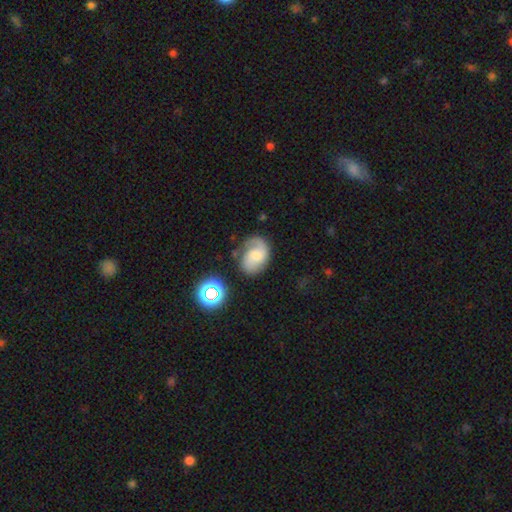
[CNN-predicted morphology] A featured or disk galaxy (65%) with no bar (57%), 2 (67%) medium (46%) spiral arms (92%) and a moderate central bulge (39%, tied with small).

Vote fractions:
- Smooth or featured? featured or disk: 65% / smooth: 26% / star or artifact: 9%
- Edge-on disk? no: 97% / yes: 3%
- Bar? no: 57% / weak: 37% / strong: 6%
- Spiral arms? yes: 92% / no: 8%
- Spiral winding? medium: 46% / loose: 30% / tight: 24%
- Spiral arm count? 2: 67% / 1: 20% / can't tell: 9% / 3: 2% / 4: 1% / more than 4: 1%
- Bulge size? moderate: 39% (tied) / small: 39% (tied) / none: 11% / large: 9% / dominant: 2%
- Merging? none: 60% / minor disturbance: 24% / major disturbance: 12% / merger: 4%